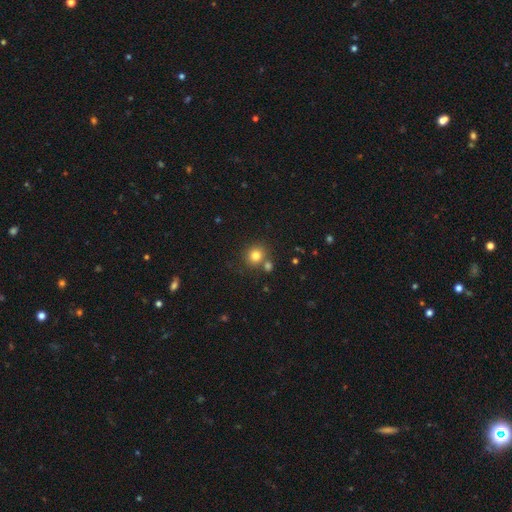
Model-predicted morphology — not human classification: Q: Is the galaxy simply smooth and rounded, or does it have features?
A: smooth — 80%.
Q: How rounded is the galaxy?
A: round — 84%.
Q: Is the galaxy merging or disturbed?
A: none — 69%.